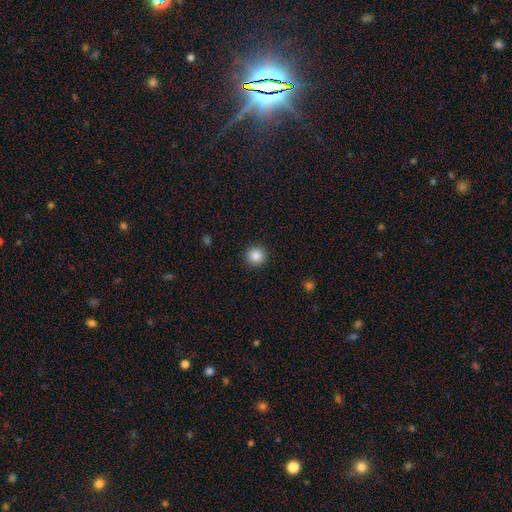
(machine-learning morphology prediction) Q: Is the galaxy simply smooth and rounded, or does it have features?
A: smooth — 86%.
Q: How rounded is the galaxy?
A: round — 95%.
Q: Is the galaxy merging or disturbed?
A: none — 92%.